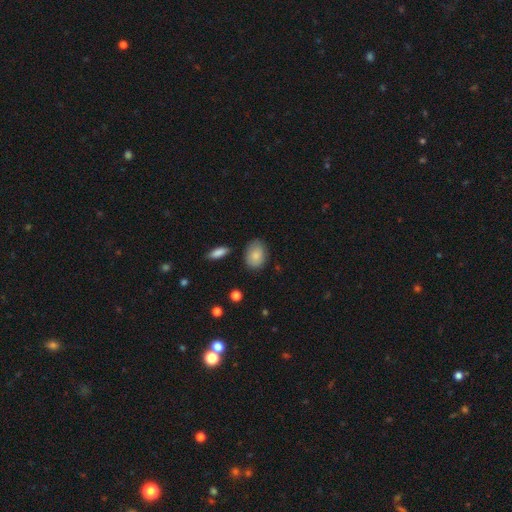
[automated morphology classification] Overall: smooth (84%). How rounded: in between (75%). Merging: none (78%).